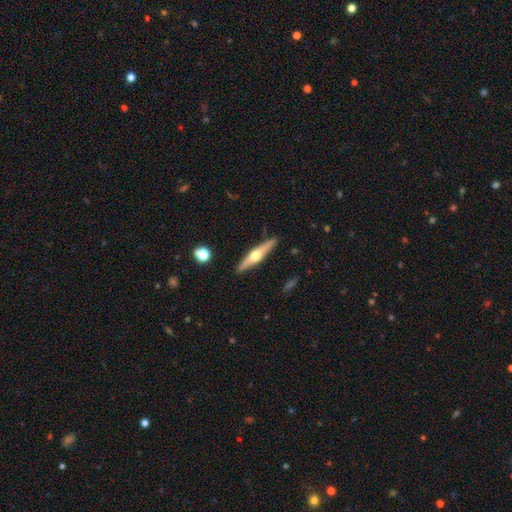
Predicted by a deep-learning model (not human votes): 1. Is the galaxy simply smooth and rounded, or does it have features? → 68% featured or disk, 26% smooth, 6% star or artifact.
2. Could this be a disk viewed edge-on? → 97% yes, 3% no.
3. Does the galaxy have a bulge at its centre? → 95% rounded, 3% none, 2% boxy.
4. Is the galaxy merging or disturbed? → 90% none, 7% minor disturbance, 1% major disturbance, 1% merger.